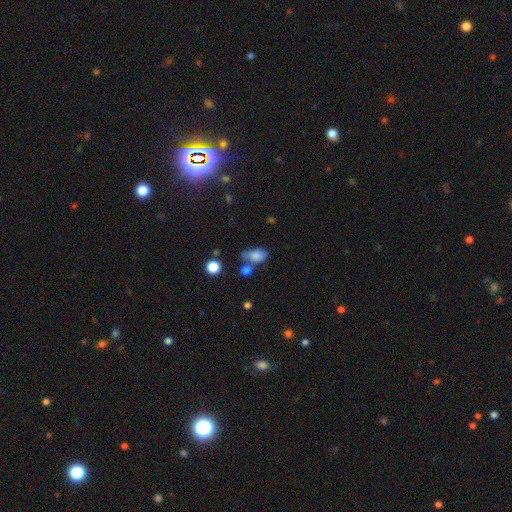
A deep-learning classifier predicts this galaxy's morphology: Smooth or featured? smooth (78%)
How rounded? in between (85%)
Merging? none (44%)